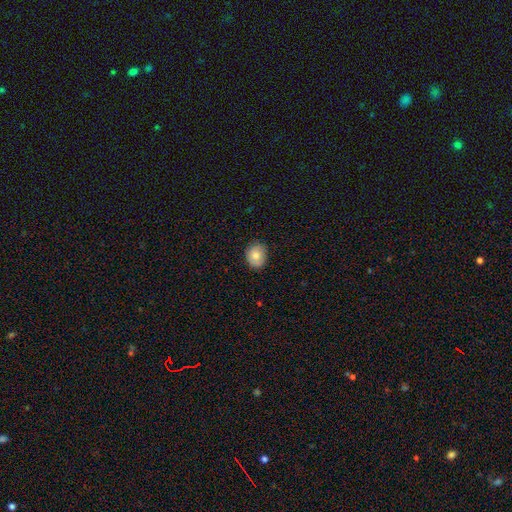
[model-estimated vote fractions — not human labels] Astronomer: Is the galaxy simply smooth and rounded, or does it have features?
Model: smooth — 79%.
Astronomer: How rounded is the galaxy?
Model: round — 58% (runner-up: in between, 41%).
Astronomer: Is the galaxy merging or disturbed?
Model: none — 79%.